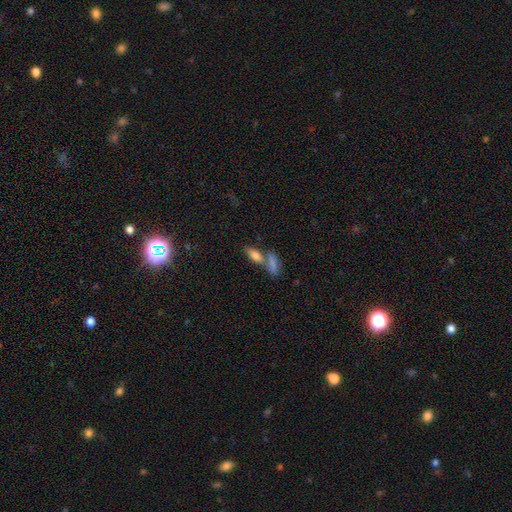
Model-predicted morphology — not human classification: smooth-or-featured: smooth: 76% | featured or disk: 16% | star or artifact: 8%
  how-rounded: in between: 72% | cigar-shaped: 25% | round: 4%
  merging: merger: 44% | none: 43% | minor disturbance: 9% | major disturbance: 4%